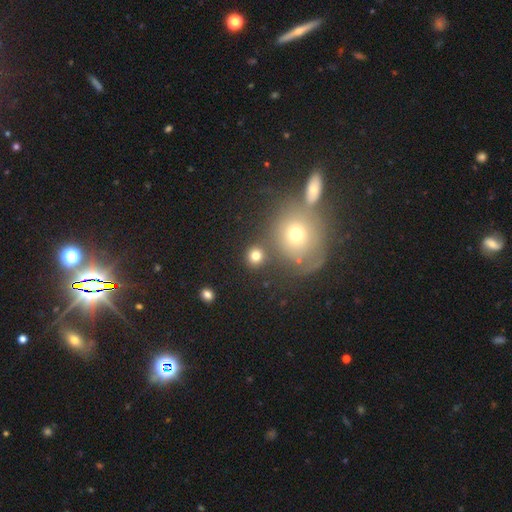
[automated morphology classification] A smooth galaxy with no disk features (78%) that is round (88%).

Vote fractions:
- Smooth or featured? smooth: 78% / star or artifact: 14% / featured or disk: 8%
- How rounded? round: 88% / in between: 11% / cigar-shaped: 1%
- Merging? none: 77% / merger: 11% / minor disturbance: 8% / major disturbance: 4%